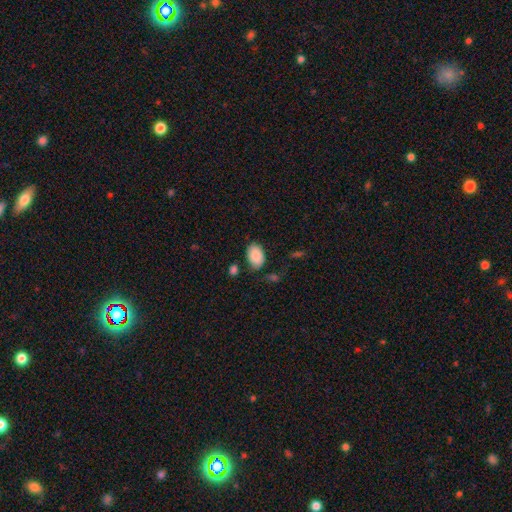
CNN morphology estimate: Overall: smooth (88%). How rounded: in between (89%). Merging: none (73%).